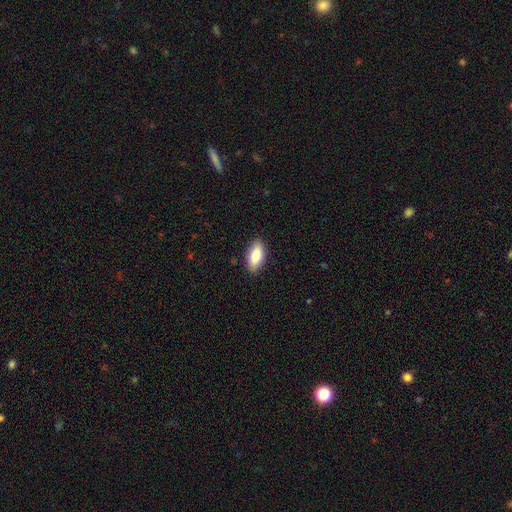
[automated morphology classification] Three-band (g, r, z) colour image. It shows a smooth galaxy with no disk features (82%) that is in between round and cigar-shaped (88%). Merging: none (88%).